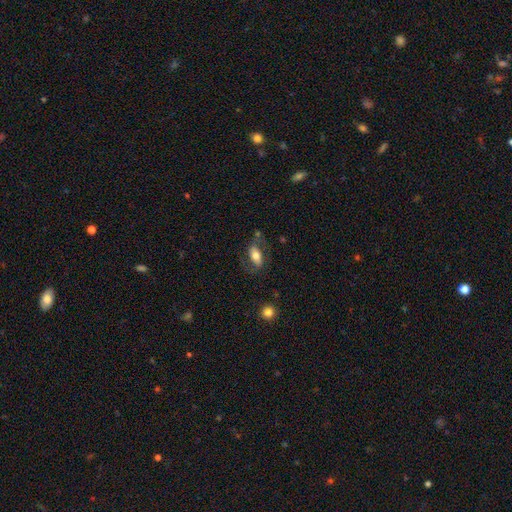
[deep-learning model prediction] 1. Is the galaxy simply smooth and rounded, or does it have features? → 62% smooth, 31% featured or disk, 7% star or artifact.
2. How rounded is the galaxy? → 86% in between, 9% cigar-shaped, 5% round.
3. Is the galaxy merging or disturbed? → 61% none, 20% minor disturbance, 13% major disturbance, 5% merger.